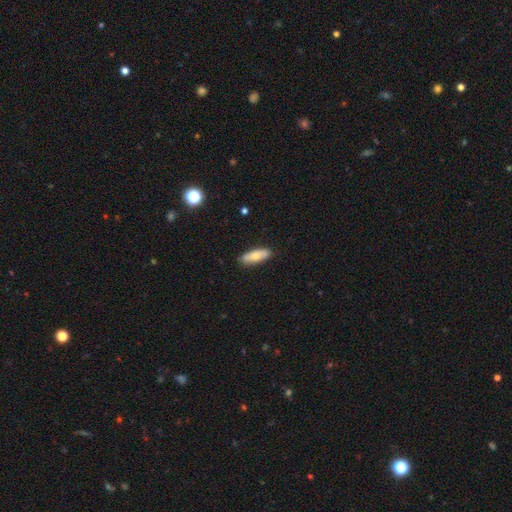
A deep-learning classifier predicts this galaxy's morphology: This is likely a smooth galaxy (74%). How rounded: likely in between (62%). Merging: clearly none (86%).